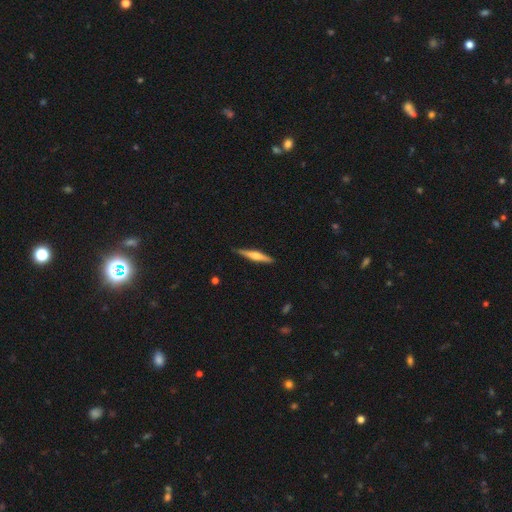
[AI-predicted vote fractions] Smooth or featured? featured or disk (57%)
Edge-on disk? yes (97%)
Edge-on bulge? rounded (77%)
Merging? none (87%)